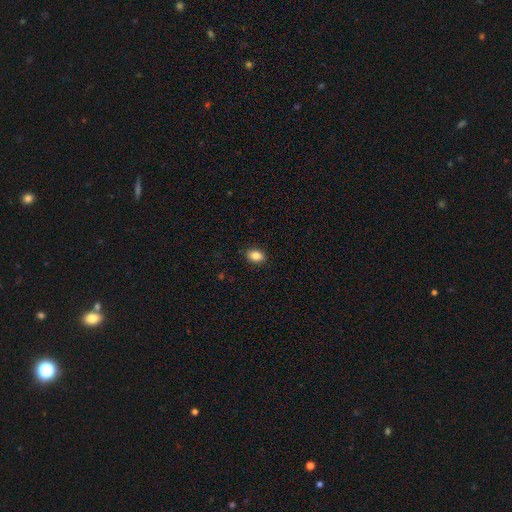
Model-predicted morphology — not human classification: type=smooth (86%); roundness=in between (77%); merging=none (89%).